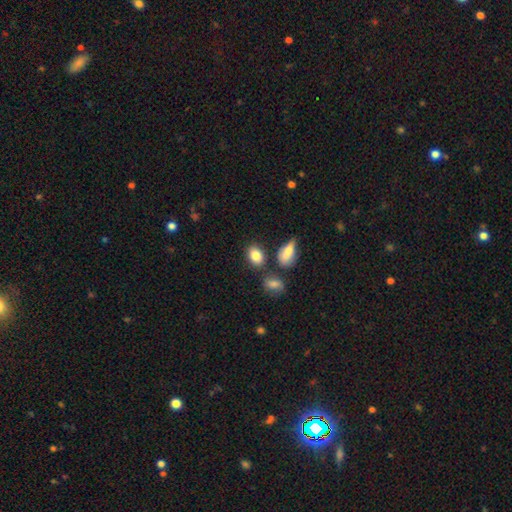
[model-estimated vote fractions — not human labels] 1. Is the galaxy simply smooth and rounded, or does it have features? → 84% smooth, 9% star or artifact, 8% featured or disk.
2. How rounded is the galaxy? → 78% in between, 20% round, 2% cigar-shaped.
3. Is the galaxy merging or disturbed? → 68% none, 14% minor disturbance, 14% merger, 4% major disturbance.